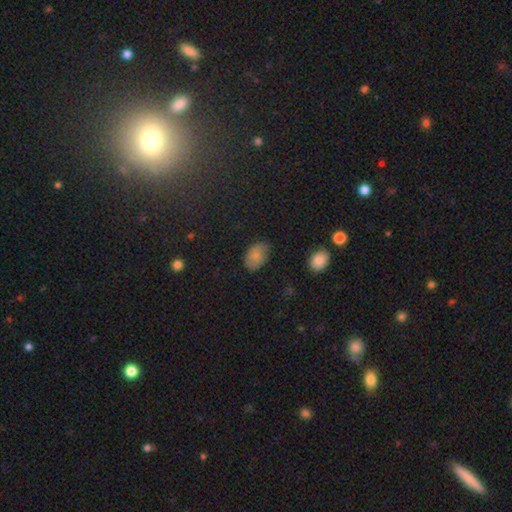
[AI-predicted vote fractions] The model was most divided on "merging": none: 66%, minor disturbance: 26%, major disturbance: 6%, merger: 2%. More confident: how rounded — in between (86%); smooth or featured — smooth (79%).